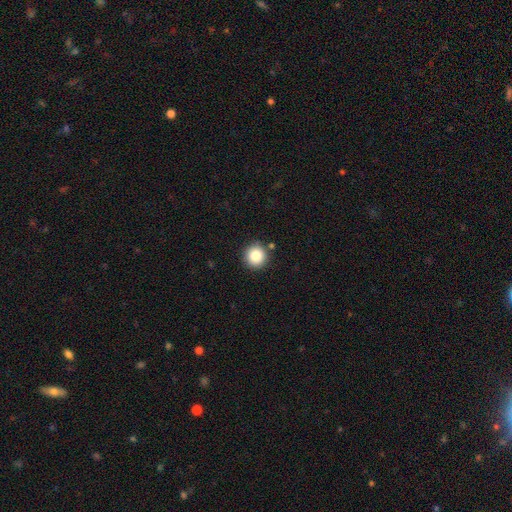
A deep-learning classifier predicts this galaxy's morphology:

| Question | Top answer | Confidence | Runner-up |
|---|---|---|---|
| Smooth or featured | smooth | 84% | star or artifact (10%) |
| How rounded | round | 95% | in between (4%) |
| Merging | none | 88% | minor disturbance (7%) |